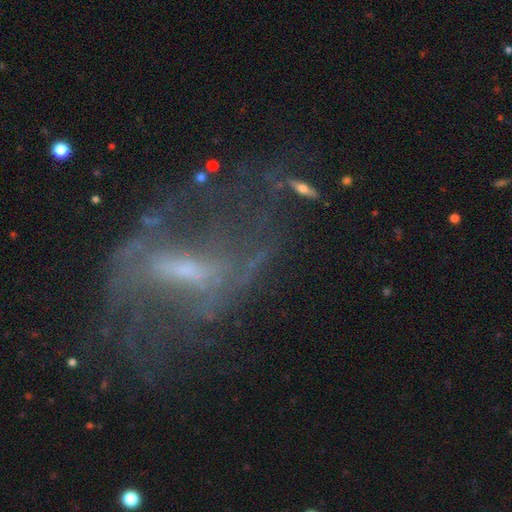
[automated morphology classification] type=featured or disk (78%); edge-on=no (92%); bar=strong (41%); spiral arms=yes (74%); winding=loose (52%); arm count=2 (59%); bulge=small (52%); merging=none (49%).